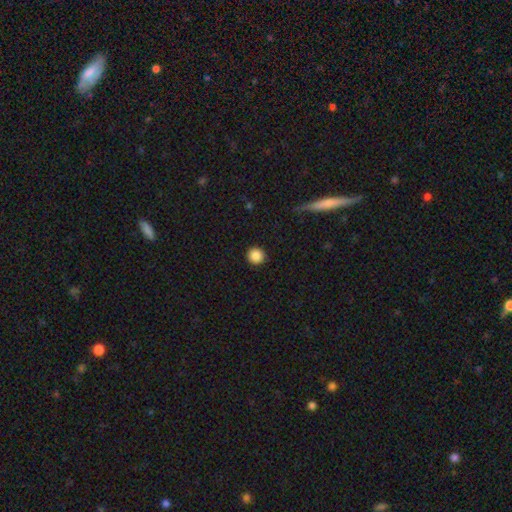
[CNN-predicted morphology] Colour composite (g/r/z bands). It shows a smooth galaxy with no disk features (87%) that is round (95%). Merging: none (92%).